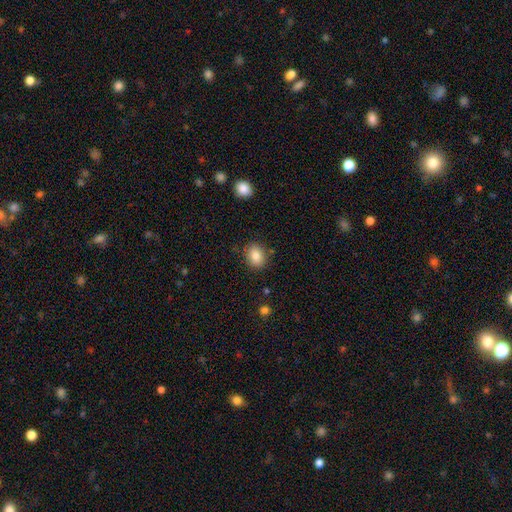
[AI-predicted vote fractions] A smooth galaxy with no disk features (84%) that is in between round and cigar-shaped (55%). Merging: none (85%).